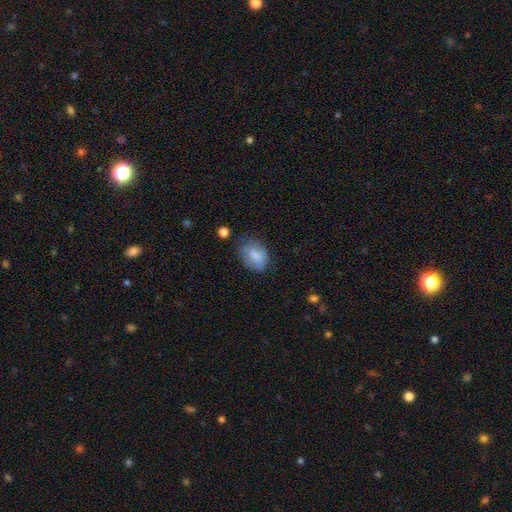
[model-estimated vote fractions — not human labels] This appears to be a smooth galaxy with no disk features (77%) that is in between round and cigar-shaped (79%). Merging: none (57%).